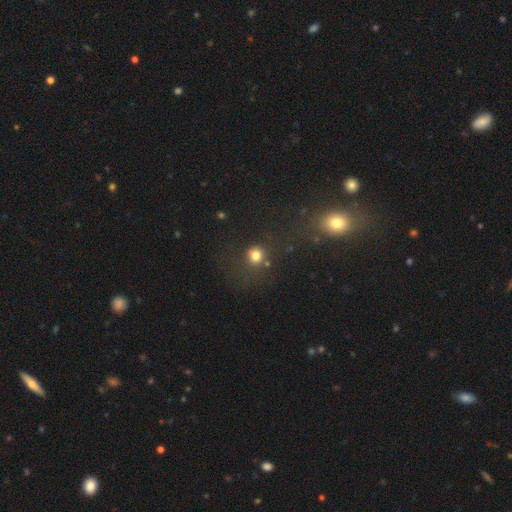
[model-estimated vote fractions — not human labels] A smooth galaxy with no disk features (76%) that is round (86%).

Vote fractions:
- Smooth or featured? smooth: 76% / star or artifact: 16% / featured or disk: 8%
- How rounded? round: 86% / in between: 13% / cigar-shaped: 1%
- Merging? none: 69% / minor disturbance: 13% / major disturbance: 9% / merger: 9%